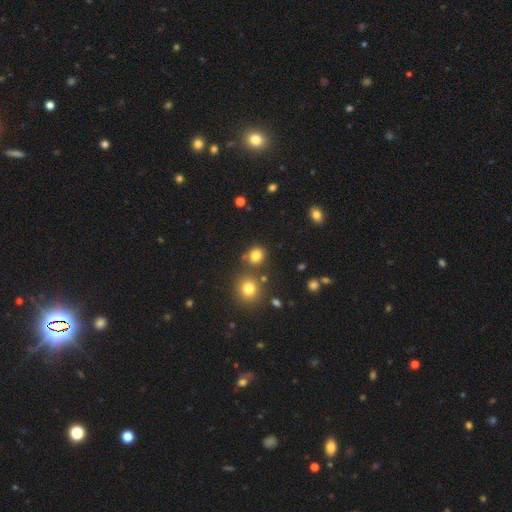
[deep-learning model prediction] smooth_or_featured: smooth (p=0.80) [alt: star or artifact p=0.15]
how_rounded: round (p=0.78) [alt: in between p=0.21]
merging: none (p=0.76) [alt: merger p=0.10]